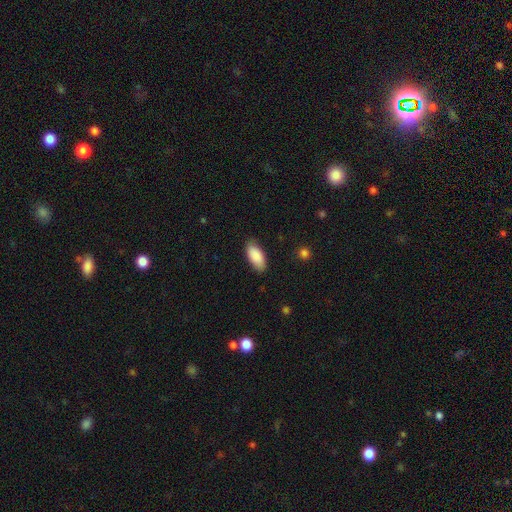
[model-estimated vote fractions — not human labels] Smooth or featured?
  - smooth: 89% *
  - star or artifact: 6%
  - featured or disk: 5%
How rounded?
  - in between: 90% *
  - cigar-shaped: 8%
  - round: 2%
Merging?
  - none: 82% *
  - minor disturbance: 14%
  - major disturbance: 3%
  - merger: 1%